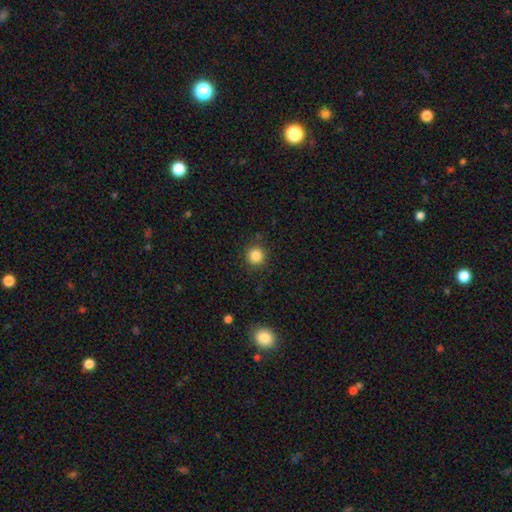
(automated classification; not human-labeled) Smooth or featured? Predicted: smooth (p=0.85). How rounded? Predicted: round (p=0.94). Merging? Predicted: none (p=0.89).